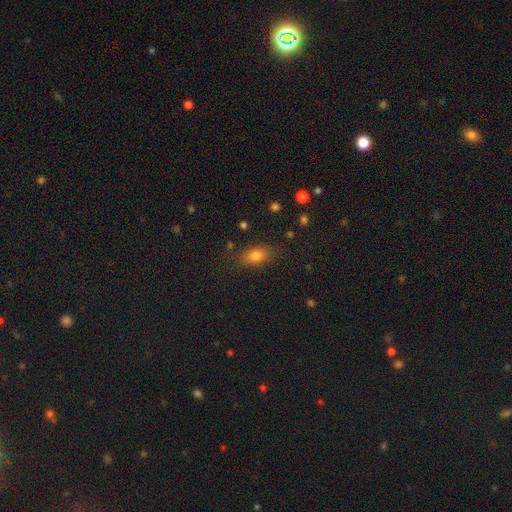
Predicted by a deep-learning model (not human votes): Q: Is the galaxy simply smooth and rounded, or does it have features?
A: smooth — 77%.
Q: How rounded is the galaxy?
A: in between — 78%.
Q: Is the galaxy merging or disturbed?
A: none — 80%.